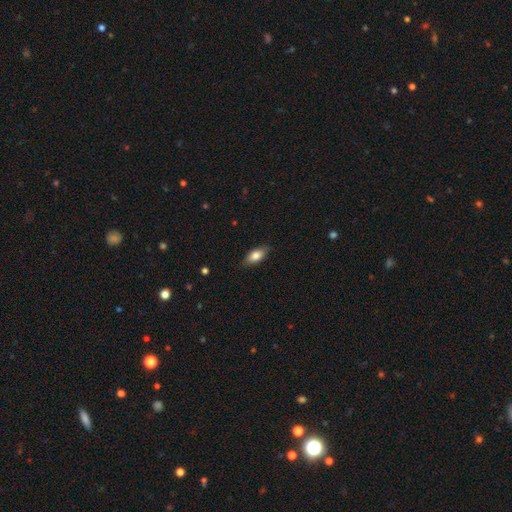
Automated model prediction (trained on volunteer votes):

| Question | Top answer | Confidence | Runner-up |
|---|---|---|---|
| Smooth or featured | smooth | 79% | featured or disk (14%) |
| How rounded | in between | 85% | cigar-shaped (11%) |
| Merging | none | 84% | minor disturbance (13%) |